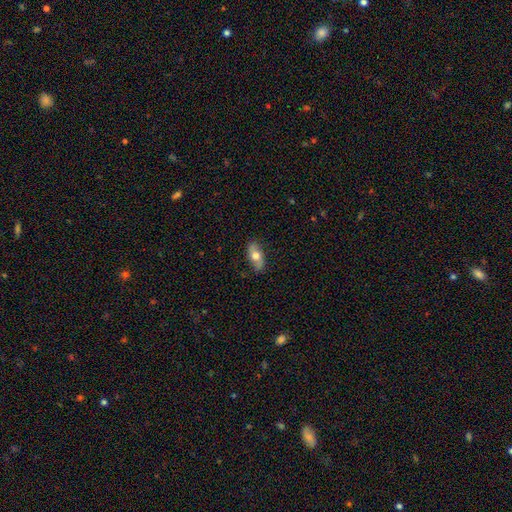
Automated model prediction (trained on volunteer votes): Morphology: type=smooth (61%); roundness=in between (83%); merging=none (83%).